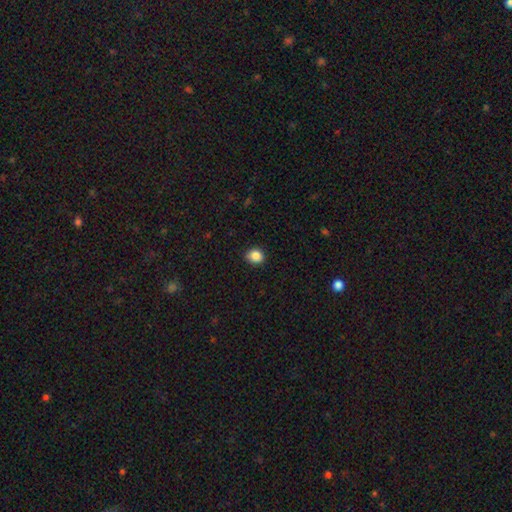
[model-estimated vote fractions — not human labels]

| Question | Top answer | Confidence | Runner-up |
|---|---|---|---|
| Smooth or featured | smooth | 87% | star or artifact (10%) |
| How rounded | round | 65% | in between (34%) |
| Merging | none | 89% | minor disturbance (9%) |